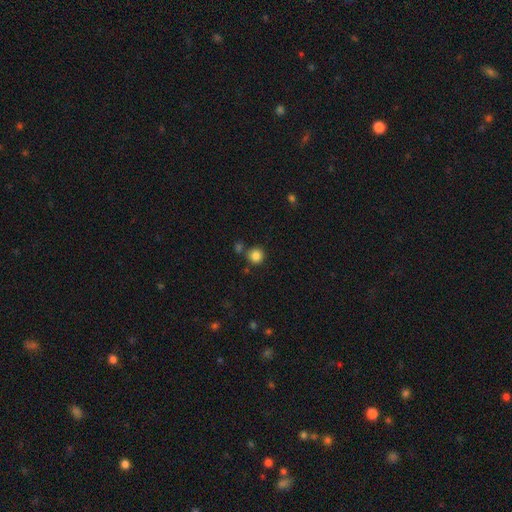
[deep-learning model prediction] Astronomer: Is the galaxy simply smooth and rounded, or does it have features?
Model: smooth — 85%.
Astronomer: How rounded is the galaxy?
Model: round — 92%.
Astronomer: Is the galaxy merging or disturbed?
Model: none — 79%.